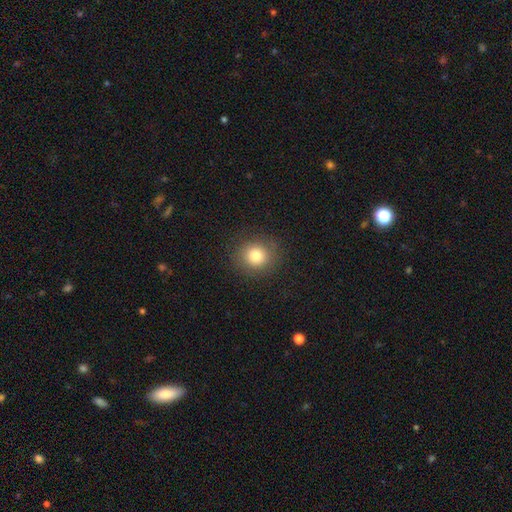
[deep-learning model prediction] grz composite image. It shows a smooth galaxy with no disk features (80%) that is round (88%). Merging: none (88%).